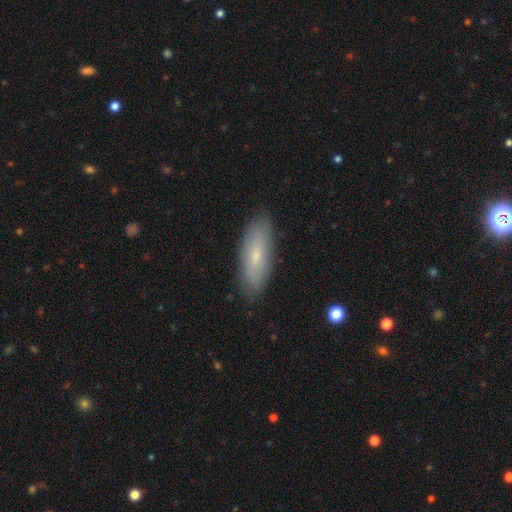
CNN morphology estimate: smooth_or_featured: smooth (p=0.67) [alt: featured or disk p=0.26]
how_rounded: in between (p=0.61) [alt: cigar-shaped p=0.36]
merging: none (p=0.85) [alt: minor disturbance p=0.11]